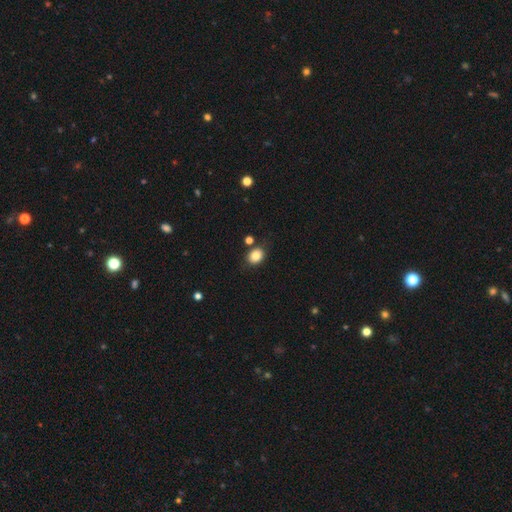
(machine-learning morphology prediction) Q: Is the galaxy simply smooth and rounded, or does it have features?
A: smooth — 85%.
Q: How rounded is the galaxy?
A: in between — 58%.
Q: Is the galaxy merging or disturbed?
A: none — 78%.